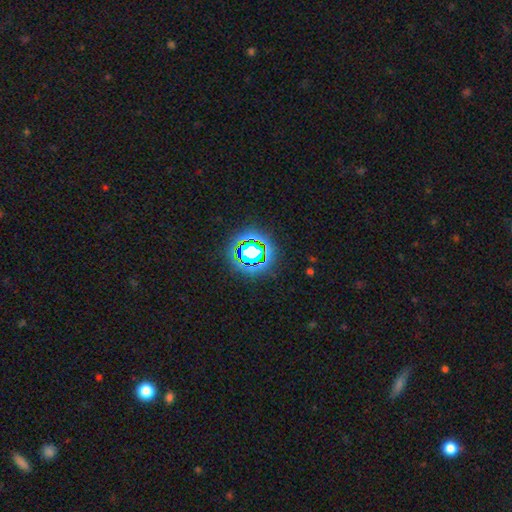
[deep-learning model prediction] A star or artifact, not a galaxy (75%).